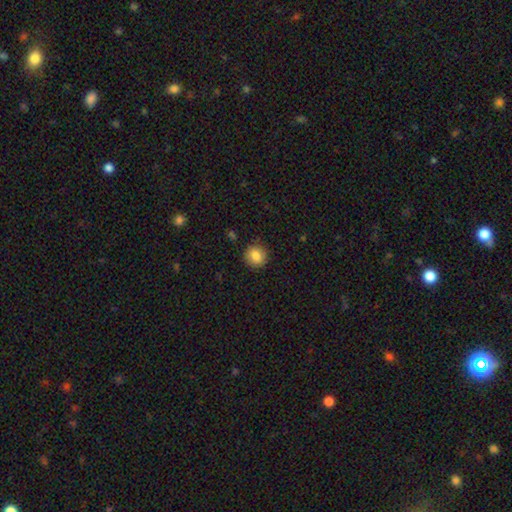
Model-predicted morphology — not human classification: A smooth galaxy with no disk features (85%) that is round (86%). Merging: none (88%).